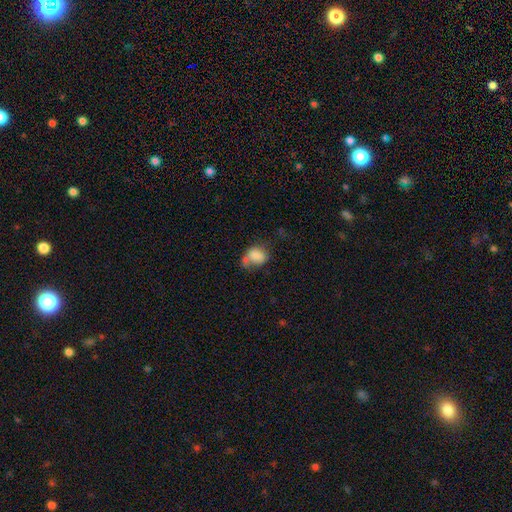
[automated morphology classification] type=smooth (77%); roundness=in between (67%); merging=none (31%).